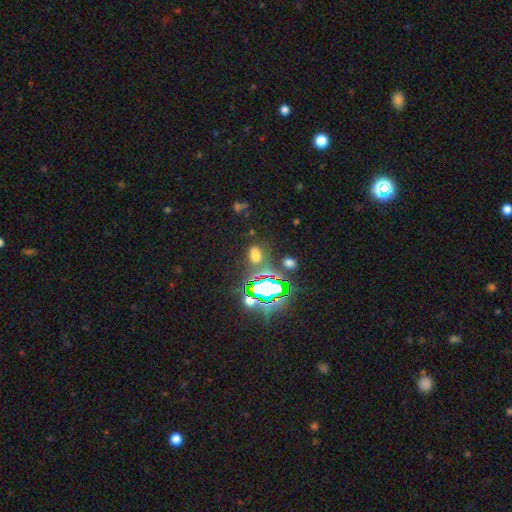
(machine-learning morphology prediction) Smooth or featured? Predicted: smooth (p=0.54). How rounded? Predicted: in between (p=0.78). Merging? Predicted: none (p=0.69).